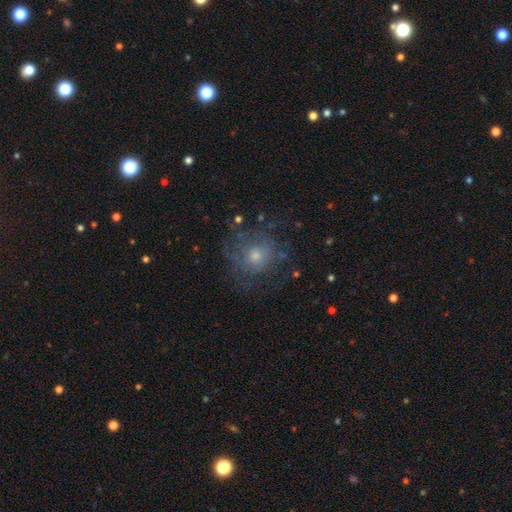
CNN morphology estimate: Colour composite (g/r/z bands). It shows a featured or disk galaxy (42%). Merging: none (66%).